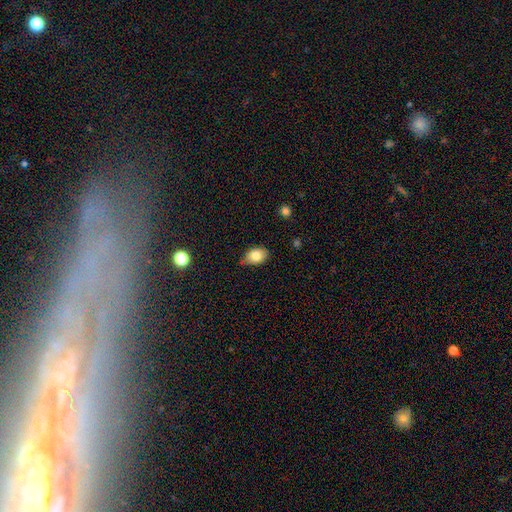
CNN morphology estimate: A smooth galaxy with no disk features (80%) that is in between round and cigar-shaped (77%). Merging: none (73%).